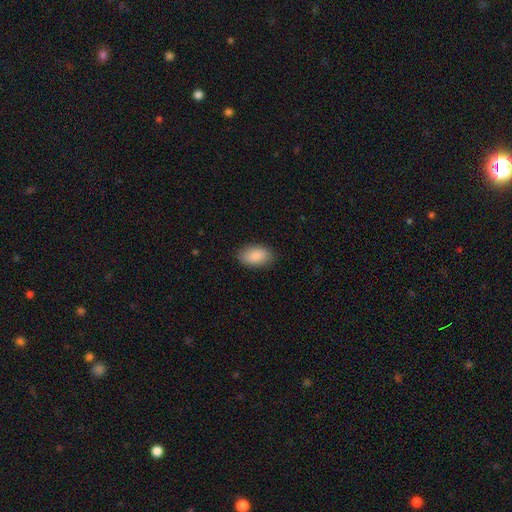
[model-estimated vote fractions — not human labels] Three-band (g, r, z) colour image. It shows a smooth galaxy with no disk features (87%) that is in between round and cigar-shaped (93%). Merging: none (87%).